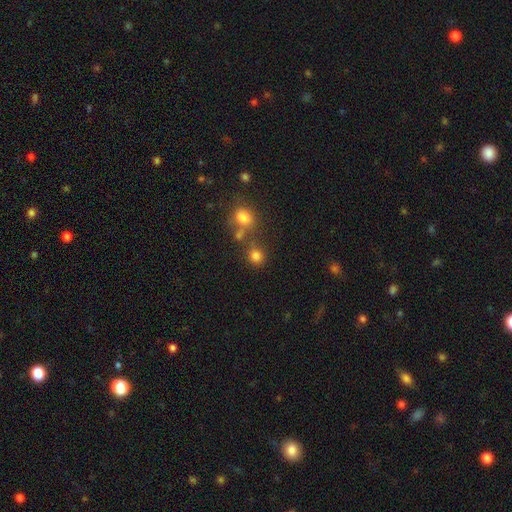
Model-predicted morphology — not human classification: smooth 79%, star or artifact 14%, featured or disk 6%. Down the decision tree: how rounded — round (81%); merging — none (65%).